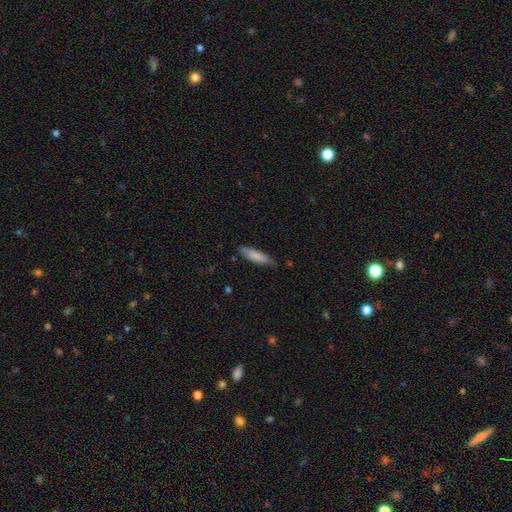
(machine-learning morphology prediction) The model was most divided on "how rounded": cigar-shaped: 69%, in between: 29%, round: 1%. More confident: smooth or featured — smooth (83%); merging — none (79%).